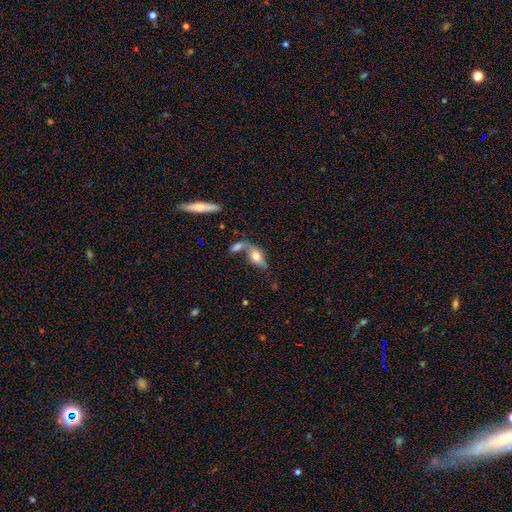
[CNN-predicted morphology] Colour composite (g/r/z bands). It shows a smooth galaxy with no disk features (62%) that is in between round and cigar-shaped (79%). Merging: none (41%).